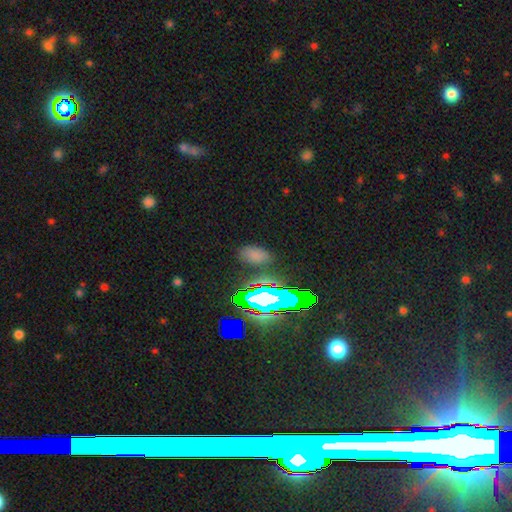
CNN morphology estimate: Smooth or featured? Predicted: smooth (p=0.64). How rounded? Predicted: in between (p=0.89). Merging? Predicted: none (p=0.81).